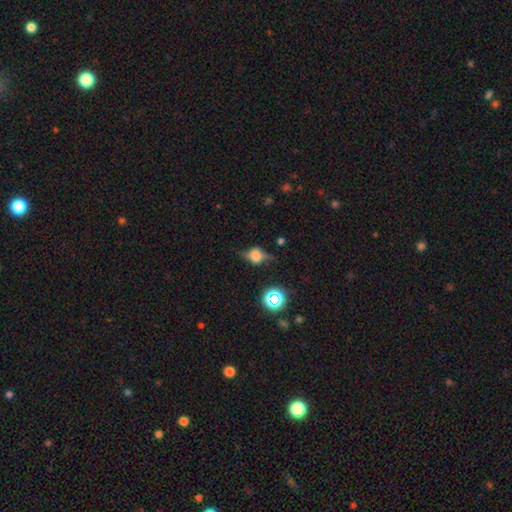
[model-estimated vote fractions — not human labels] A featured or disk galaxy (56%) viewed edge-on (76%). Merging: none (64%).